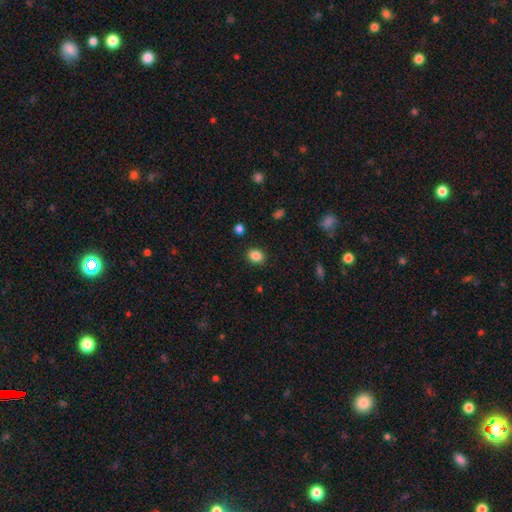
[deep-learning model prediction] Smooth or featured? Predicted: smooth (p=0.85). How rounded? Predicted: round (p=0.52). Merging? Predicted: none (p=0.88).